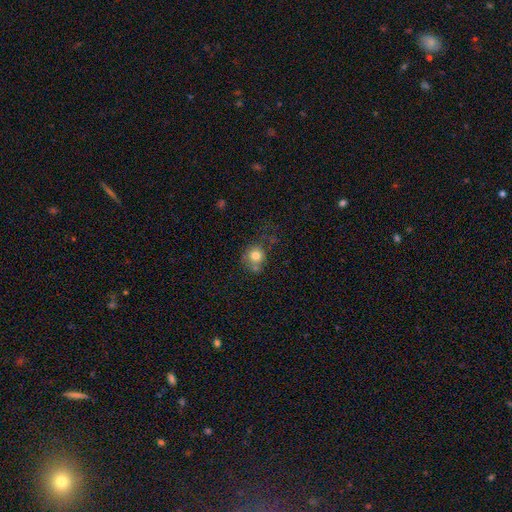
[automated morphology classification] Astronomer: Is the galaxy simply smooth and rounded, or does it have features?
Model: smooth — 78%.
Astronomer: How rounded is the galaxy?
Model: round — 84%.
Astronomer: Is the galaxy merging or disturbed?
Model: none — 55%.